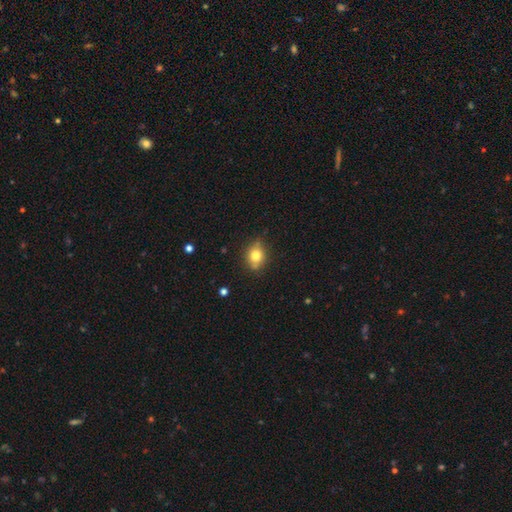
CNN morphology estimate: smooth 77%, featured or disk 13%, star or artifact 10%. Down the decision tree: how rounded — round (52%); merging — none (74%).